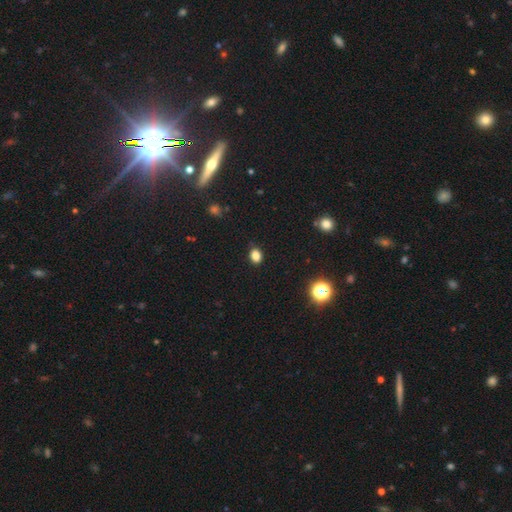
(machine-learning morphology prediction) Overall: smooth (82%). How rounded: in between (63%; round 36%). Merging: none (85%).